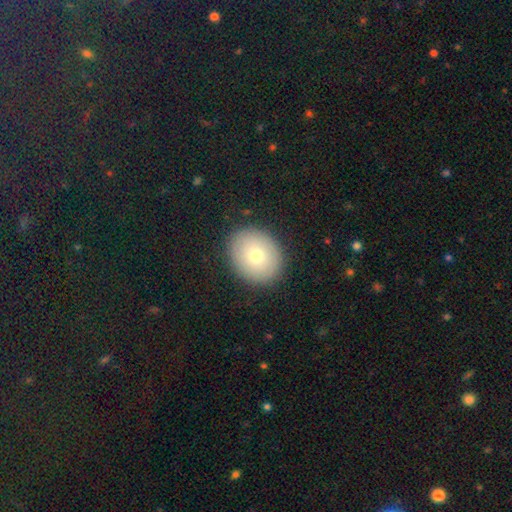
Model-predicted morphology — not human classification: smooth_or_featured: smooth (p=0.74) [alt: featured or disk p=0.18]
how_rounded: round (p=0.64) [alt: in between p=0.35]
merging: none (p=0.89) [alt: minor disturbance p=0.08]